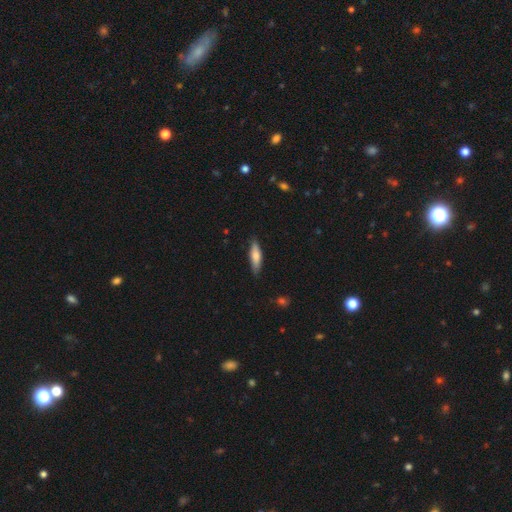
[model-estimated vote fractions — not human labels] Smooth or featured? smooth (73%)
How rounded? cigar-shaped (62%)
Merging? none (83%)